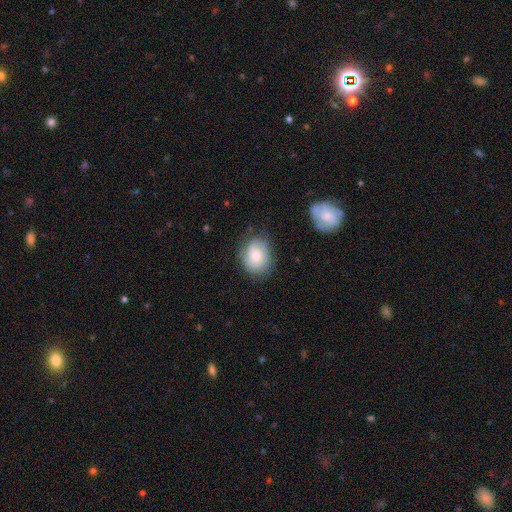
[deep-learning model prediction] Overall: smooth (55%; featured or disk 38%). How rounded: in between (51%; round 48%). Merging: none (71%).